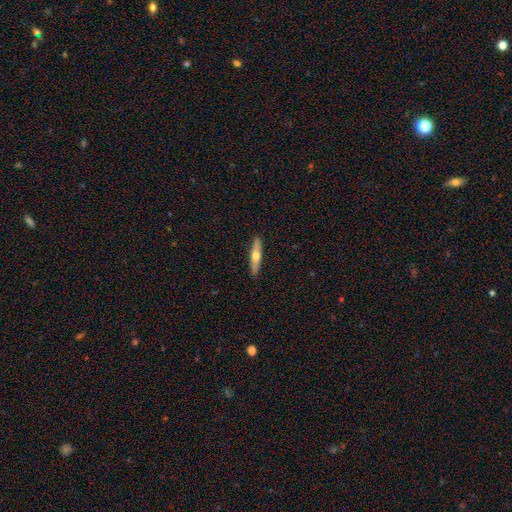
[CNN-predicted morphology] Smooth or featured?
  - featured or disk: 48% *
  - smooth: 46%
  - star or artifact: 5%
Merging?
  - none: 91% *
  - minor disturbance: 7%
  - major disturbance: 1%
  - merger: 1%